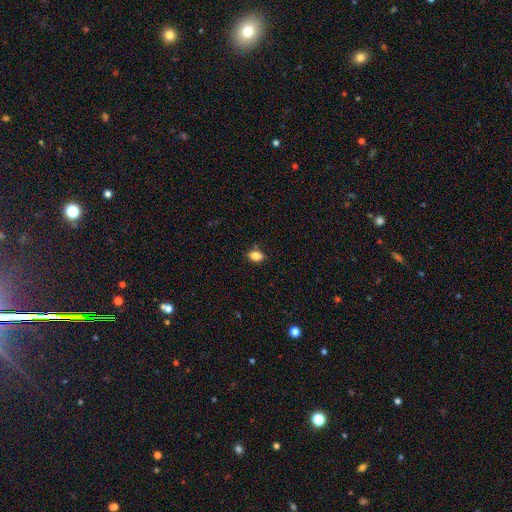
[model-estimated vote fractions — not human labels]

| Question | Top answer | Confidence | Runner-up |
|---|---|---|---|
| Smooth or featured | smooth | 83% | star or artifact (10%) |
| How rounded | in between | 85% | round (11%) |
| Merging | none | 82% | minor disturbance (13%) |